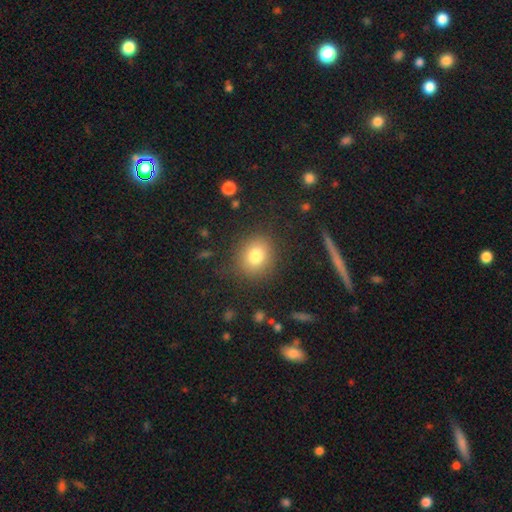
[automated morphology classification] Smooth or featured? Predicted: smooth (p=0.79). How rounded? Predicted: round (p=0.72). Merging? Predicted: none (p=0.84).